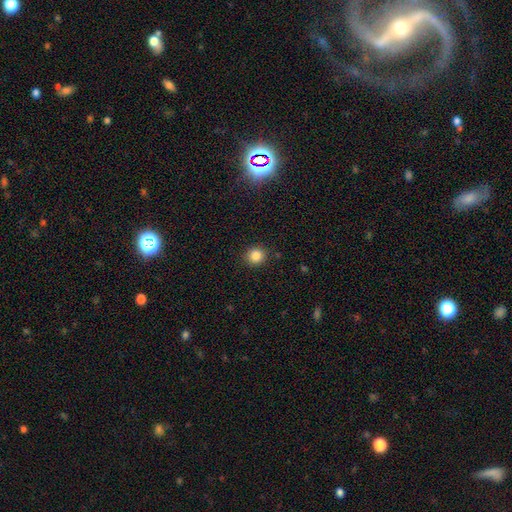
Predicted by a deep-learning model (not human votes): smooth 84%, star or artifact 11%, featured or disk 5%. Down the decision tree: how rounded — round (89%); merging — none (90%).